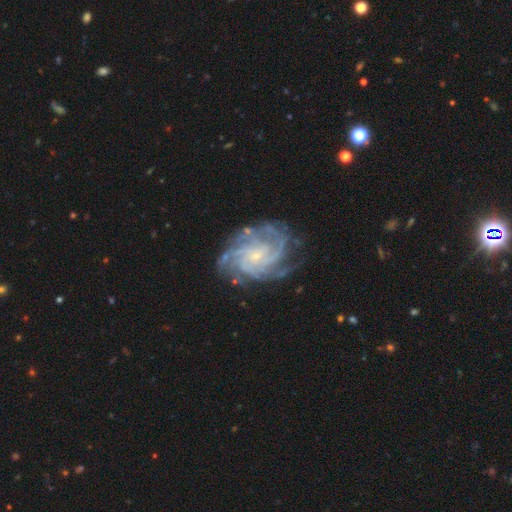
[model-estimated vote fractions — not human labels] Smooth or featured?
  - featured or disk: 89% *
  - star or artifact: 6%
  - smooth: 5%
Edge-on disk?
  - no: 97% *
  - yes: 3%
Bar?
  - no: 68% *
  - weak: 26%
  - strong: 6%
Spiral arms?
  - yes: 98% *
  - no: 2%
Spiral winding?
  - tight: 67% *
  - medium: 28%
  - loose: 5%
Spiral arm count?
  - 4: 32% *
  - can't tell: 20%
  - more than 4: 18%
  - 3: 15%
  - 2: 9%
  - 1: 7%
Bulge size?
  - small: 80% *
  - moderate: 13%
  - none: 5%
  - large: 1%
  - dominant: 1%
Merging?
  - none: 74% *
  - minor disturbance: 17%
  - major disturbance: 8%
  - merger: 2%